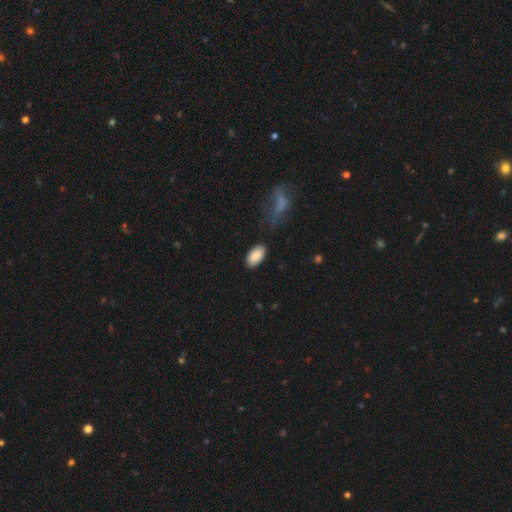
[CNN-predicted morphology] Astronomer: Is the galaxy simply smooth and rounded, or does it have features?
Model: smooth — 87%.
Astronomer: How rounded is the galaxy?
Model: in between — 95%.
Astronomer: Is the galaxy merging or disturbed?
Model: none — 84%.